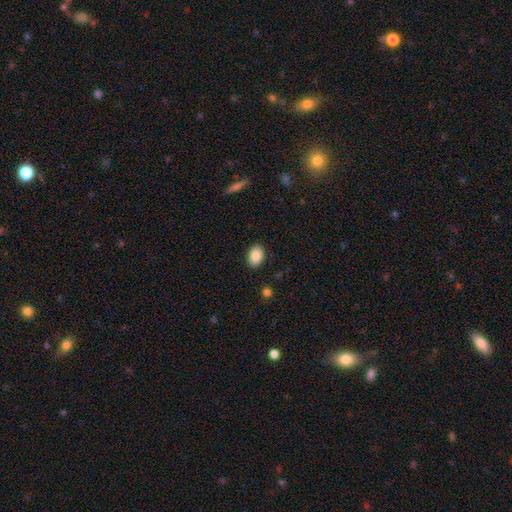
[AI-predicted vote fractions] Smooth or featured? Predicted: smooth (p=0.87). How rounded? Predicted: in between (p=0.85). Merging? Predicted: none (p=0.89).